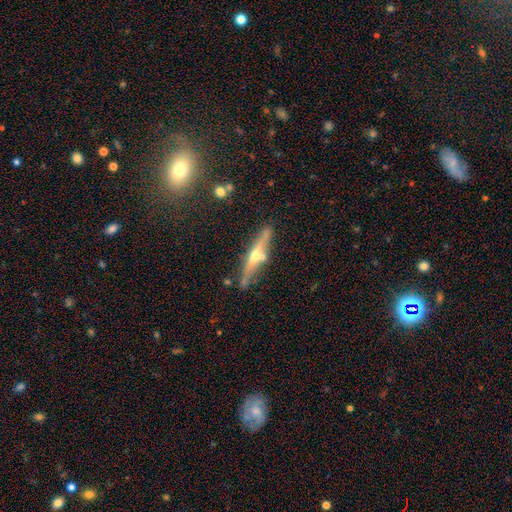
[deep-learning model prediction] Q: Smooth or featured?
A: featured or disk (73%); runner-up: smooth (19%)
Q: Edge-on disk?
A: yes (96%); runner-up: no (4%)
Q: Edge-on bulge?
A: rounded (90%); runner-up: none (7%)
Q: Merging?
A: none (78%); runner-up: minor disturbance (12%)